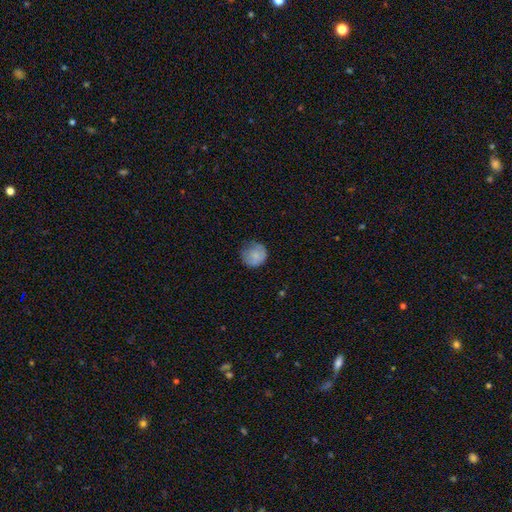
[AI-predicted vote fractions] smooth_or_featured: smooth (p=0.78) [alt: featured or disk p=0.14]
how_rounded: round (p=0.89) [alt: in between p=0.10]
merging: none (p=0.65) [alt: minor disturbance p=0.26]